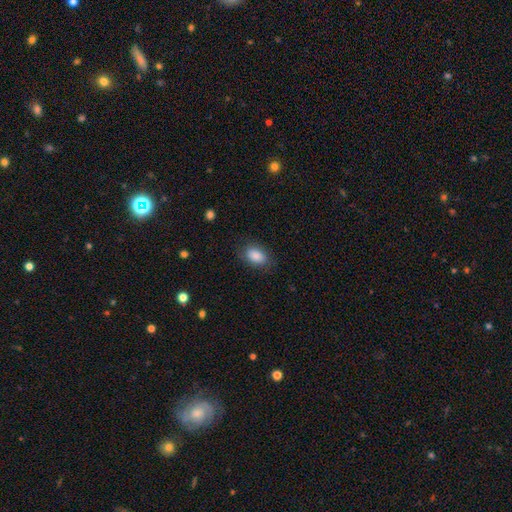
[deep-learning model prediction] Smooth or featured? Predicted: smooth (p=0.87). How rounded? Predicted: in between (p=0.88). Merging? Predicted: none (p=0.81).